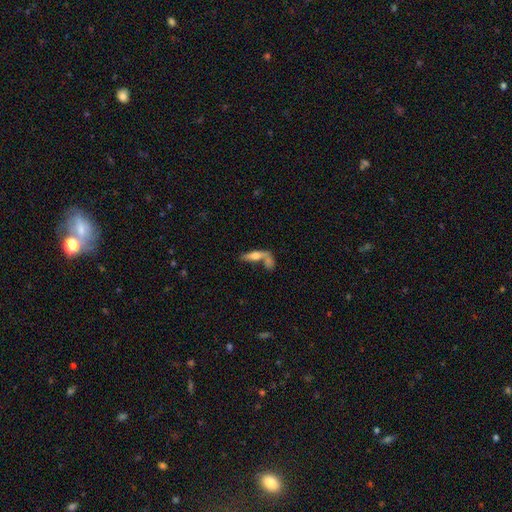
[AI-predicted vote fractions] Smooth or featured? smooth (50%)
Merging? merger (41%)